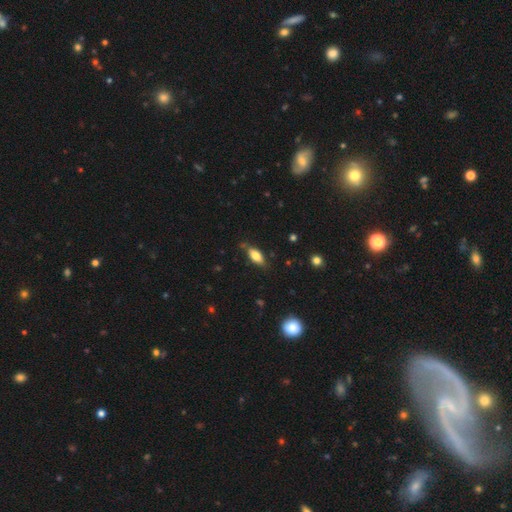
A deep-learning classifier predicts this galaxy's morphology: type=smooth (72%); roundness=in between (80%); merging=none (76%).